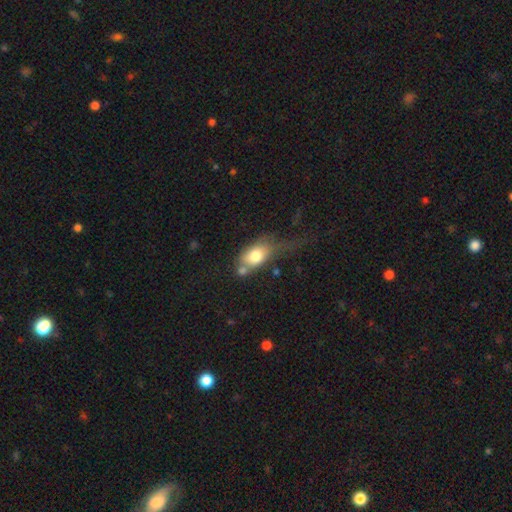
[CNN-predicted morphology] A smooth galaxy with no disk features (73%) that is in between round and cigar-shaped (82%).

Vote fractions:
- Smooth or featured? smooth: 73% / featured or disk: 20% / star or artifact: 8%
- How rounded? in between: 82% / round: 13% / cigar-shaped: 5%
- Merging? none: 26% (tied) / major disturbance: 26% (tied) / merger: 25% / minor disturbance: 23%